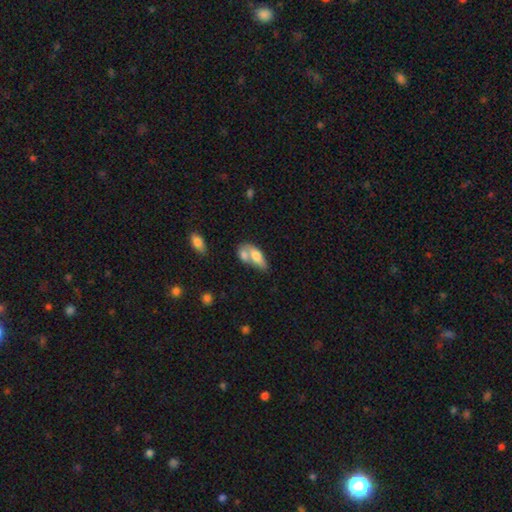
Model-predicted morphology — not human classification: Smooth or featured? Predicted: smooth (p=0.71). How rounded? Predicted: in between (p=0.84). Merging? Predicted: merger (p=0.58).